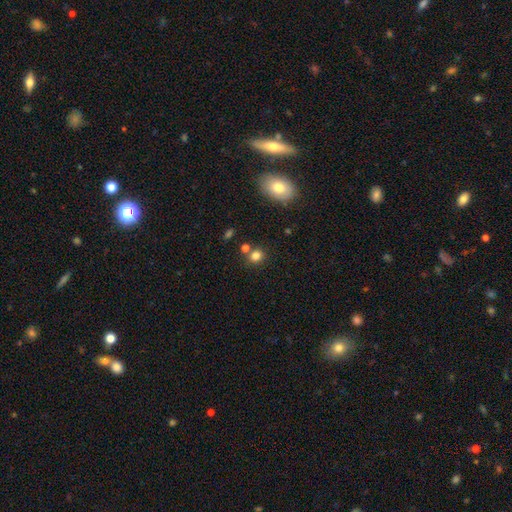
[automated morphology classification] This appears to be a smooth galaxy with no disk features (79%) that is round (71%). Merging: none (68%).